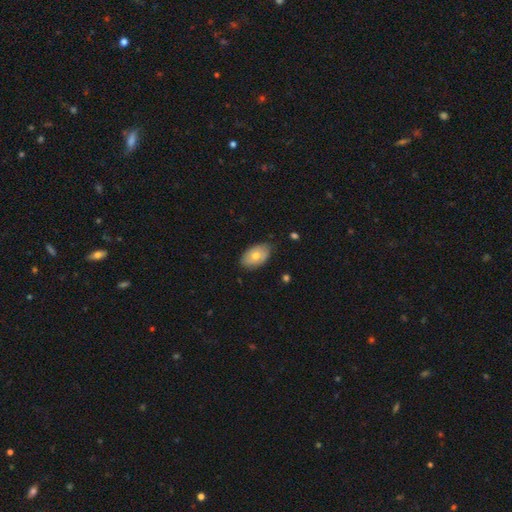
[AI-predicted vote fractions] Smooth or featured?
  - smooth: 68% *
  - featured or disk: 25%
  - star or artifact: 7%
How rounded?
  - in between: 92% *
  - round: 7%
  - cigar-shaped: 1%
Merging?
  - none: 79% *
  - minor disturbance: 17%
  - major disturbance: 3%
  - merger: 1%